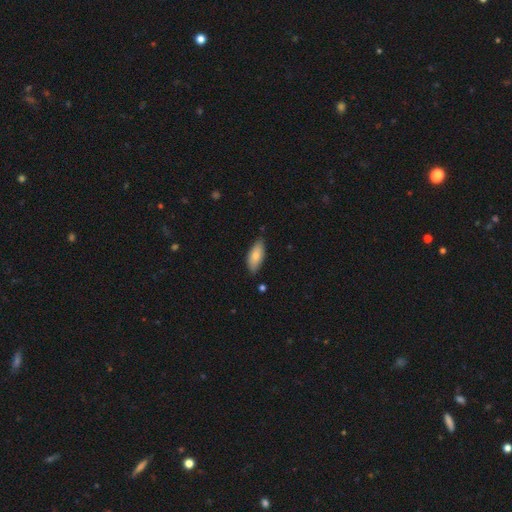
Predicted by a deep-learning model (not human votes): The model was most divided on "merging": none: 79%, minor disturbance: 17%, major disturbance: 2%, merger: 2%. More confident: how rounded — in between (82%); smooth or featured — smooth (79%).